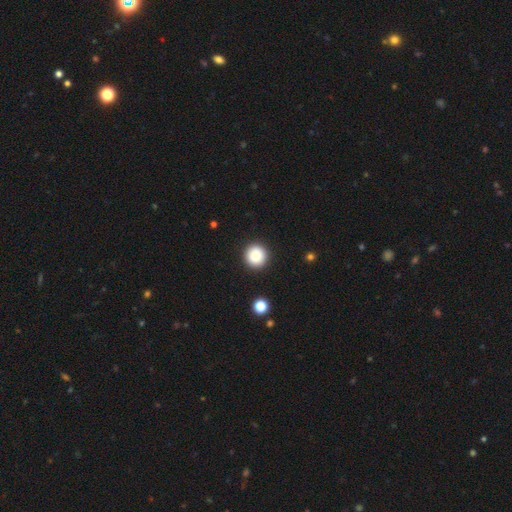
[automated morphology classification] Overall: smooth (86%). How rounded: round (94%). Merging: none (92%).